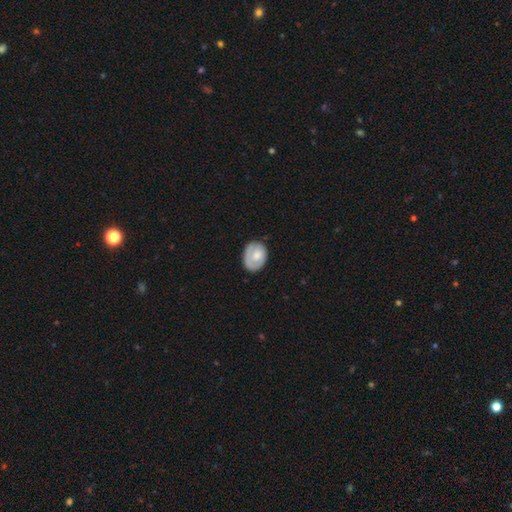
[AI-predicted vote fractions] Smooth or featured: smooth — 64% (featured or disk — 30%)
How rounded: in between — 62% (round — 37%)
Merging: none — 66% (minor disturbance — 25%)